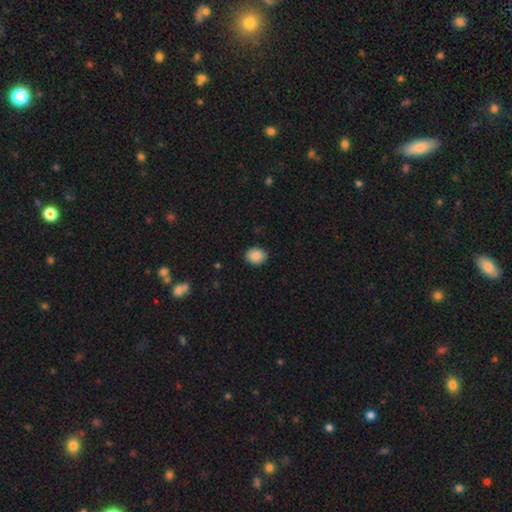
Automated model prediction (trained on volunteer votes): Q: Smooth or featured?
A: smooth (88%); runner-up: star or artifact (8%)
Q: How rounded?
A: round (57%); runner-up: in between (42%)
Q: Merging?
A: none (89%); runner-up: minor disturbance (8%)